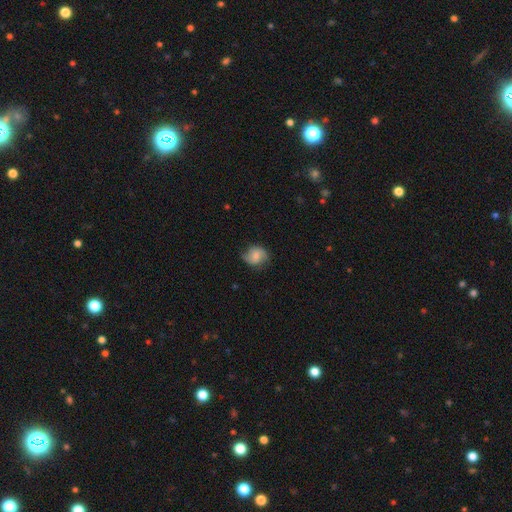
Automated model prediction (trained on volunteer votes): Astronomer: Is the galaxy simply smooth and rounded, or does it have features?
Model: smooth — 55% (runner-up: featured or disk, 37%).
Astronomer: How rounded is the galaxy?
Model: round — 68%.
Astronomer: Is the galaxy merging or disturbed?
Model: none — 69%.